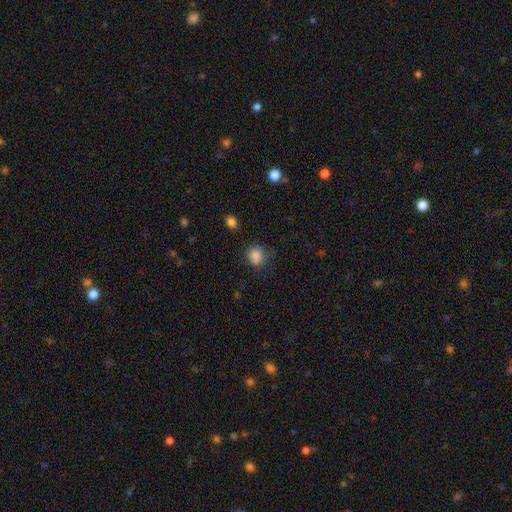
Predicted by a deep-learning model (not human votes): Smooth or featured?
  - smooth: 84% *
  - star or artifact: 11%
  - featured or disk: 5%
How rounded?
  - round: 76% *
  - in between: 23%
  - cigar-shaped: 1%
Merging?
  - none: 65% *
  - minor disturbance: 24%
  - major disturbance: 7%
  - merger: 4%